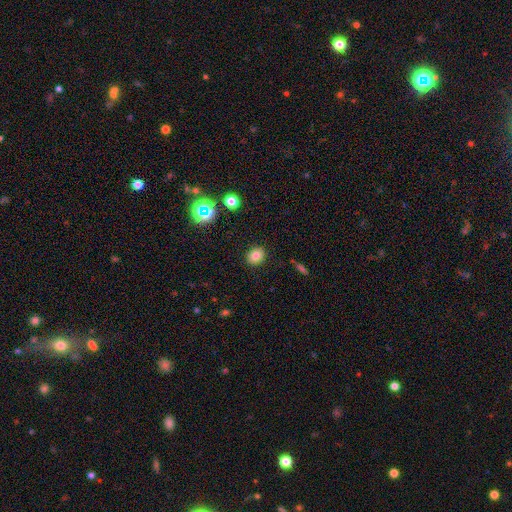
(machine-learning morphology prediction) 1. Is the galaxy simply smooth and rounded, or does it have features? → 79% smooth, 14% star or artifact, 7% featured or disk.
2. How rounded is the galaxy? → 62% round, 37% in between, 1% cigar-shaped.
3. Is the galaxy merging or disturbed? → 89% none, 7% minor disturbance, 2% major disturbance, 1% merger.